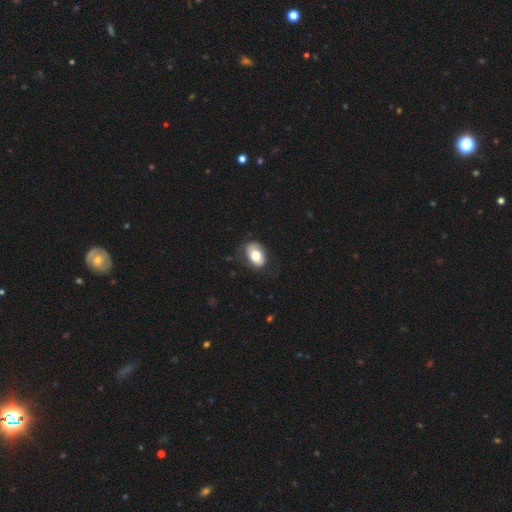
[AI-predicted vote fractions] Morphology: type=smooth (72%); roundness=in between (87%); merging=none (67%).